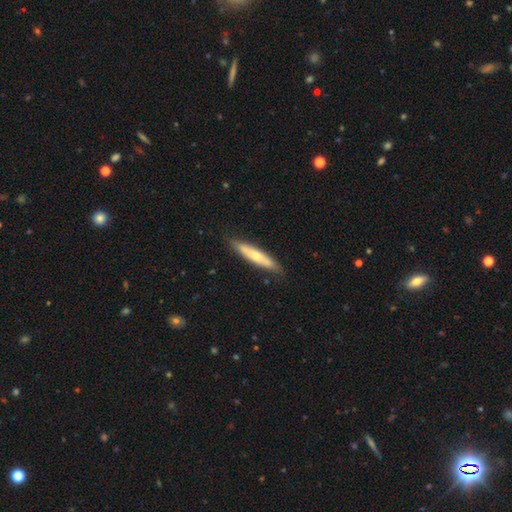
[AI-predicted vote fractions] Smooth or featured?
  - smooth: 53% *
  - featured or disk: 41%
  - star or artifact: 5%
How rounded?
  - cigar-shaped: 86% *
  - in between: 13%
  - round: 1%
Merging?
  - none: 84% *
  - minor disturbance: 13%
  - major disturbance: 2%
  - merger: 1%